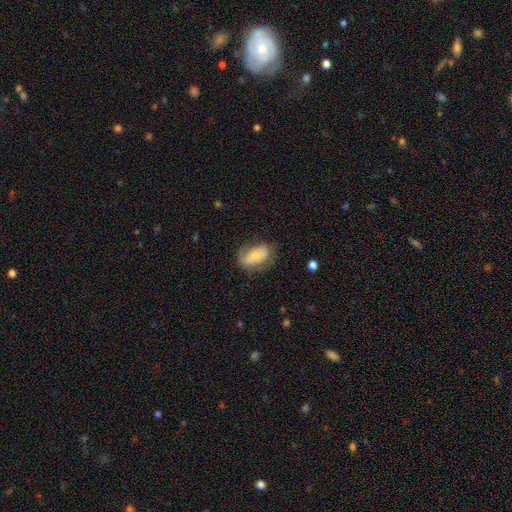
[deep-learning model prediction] A smooth galaxy with no disk features (56%) that is in between round and cigar-shaped (90%). Merging: none (54%).